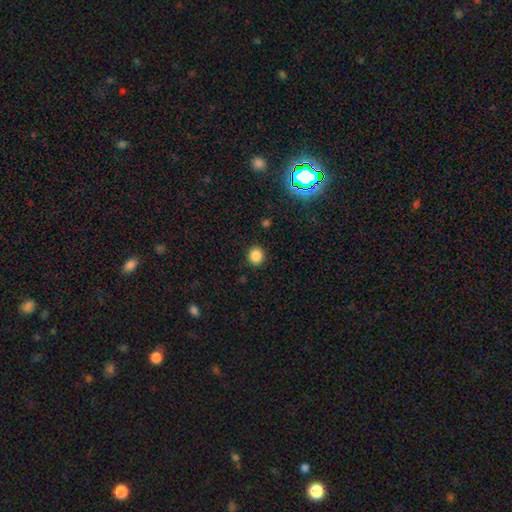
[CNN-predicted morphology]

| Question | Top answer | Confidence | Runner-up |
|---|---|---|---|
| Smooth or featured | smooth | 85% | star or artifact (11%) |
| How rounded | round | 86% | in between (13%) |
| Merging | none | 91% | minor disturbance (6%) |